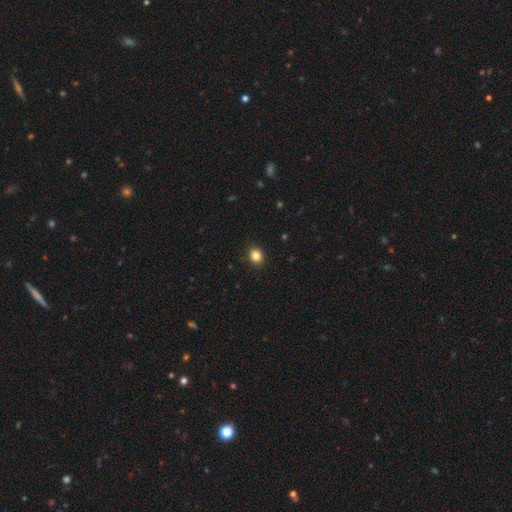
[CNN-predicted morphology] The model was most divided on "how rounded": round: 61%, in between: 38%, cigar-shaped: 1%. More confident: merging — none (90%); smooth or featured — smooth (85%).